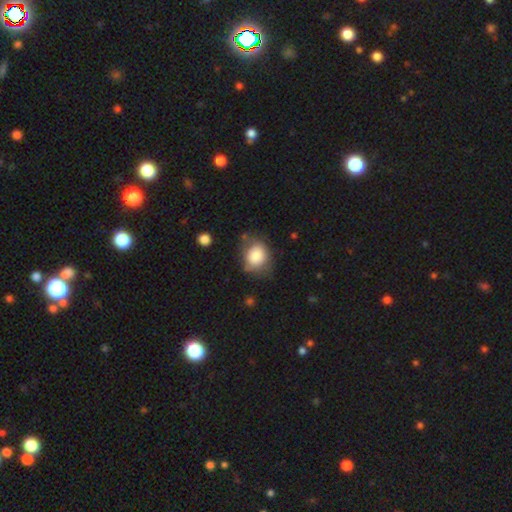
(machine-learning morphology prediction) Smooth or featured? Predicted: smooth (p=0.81). How rounded? Predicted: round (p=0.57). Merging? Predicted: none (p=0.57).